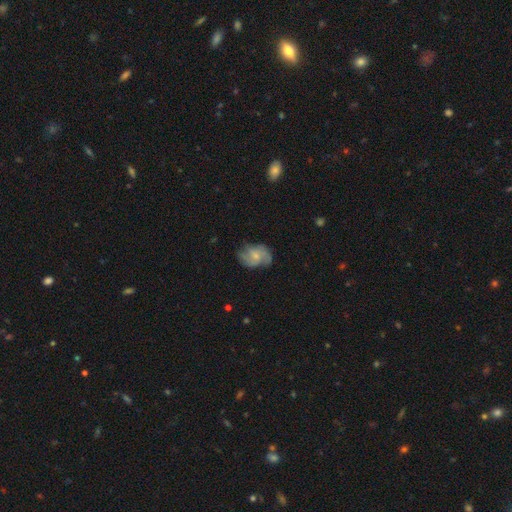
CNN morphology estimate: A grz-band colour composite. It shows a featured or disk galaxy (62%) with no bar (64%), 2 (47%) medium (47%) spiral arms (88%) and a small central bulge (49%). Merging: none (63%).